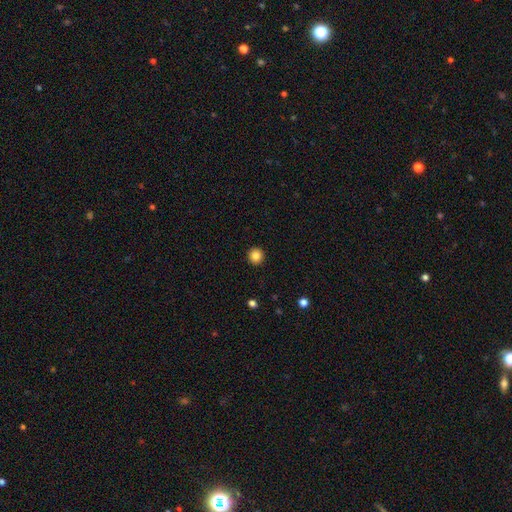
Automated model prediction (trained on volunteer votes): smooth-or-featured: smooth: 85% | star or artifact: 10% | featured or disk: 5%
  how-rounded: round: 94% | in between: 5% | cigar-shaped: 1%
  merging: none: 93% | minor disturbance: 4% | major disturbance: 2% | merger: 1%